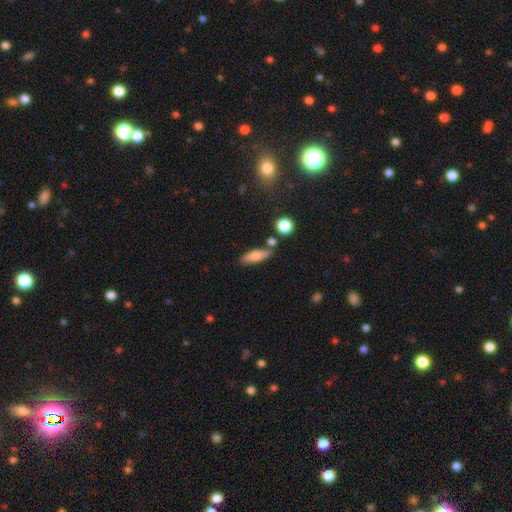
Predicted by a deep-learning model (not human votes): smooth_or_featured: smooth (p=0.72) [alt: featured or disk p=0.20]
how_rounded: cigar-shaped (p=0.49) [alt: in between p=0.47]
merging: none (p=0.74) [alt: minor disturbance p=0.14]